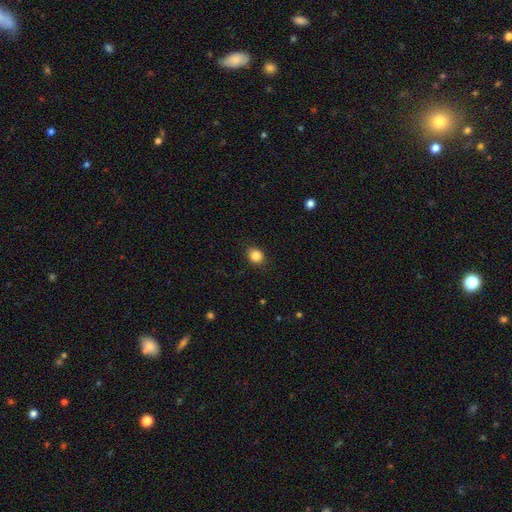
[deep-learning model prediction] Overall: smooth (86%). How rounded: round (62%; in between 37%). Merging: none (88%).